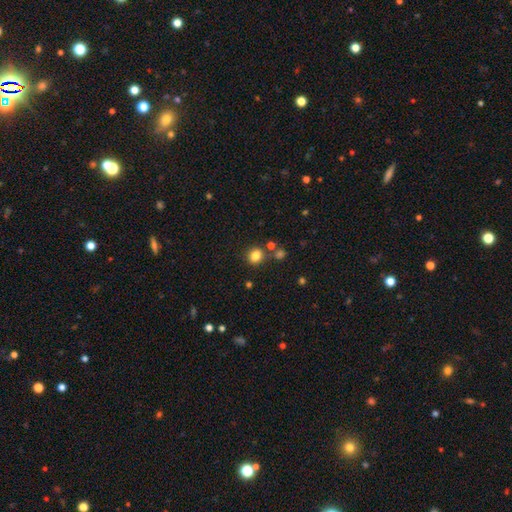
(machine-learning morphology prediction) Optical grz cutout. It shows a smooth galaxy with no disk features (82%) that is round (66%). Merging: none (78%).